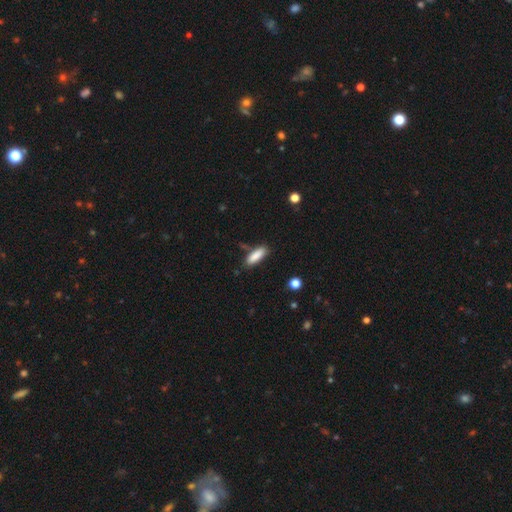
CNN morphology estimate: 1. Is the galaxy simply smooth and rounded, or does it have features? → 87% smooth, 7% star or artifact, 7% featured or disk.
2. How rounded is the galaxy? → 52% in between, 46% cigar-shaped, 2% round.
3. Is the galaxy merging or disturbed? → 78% none, 15% minor disturbance, 4% merger, 3% major disturbance.